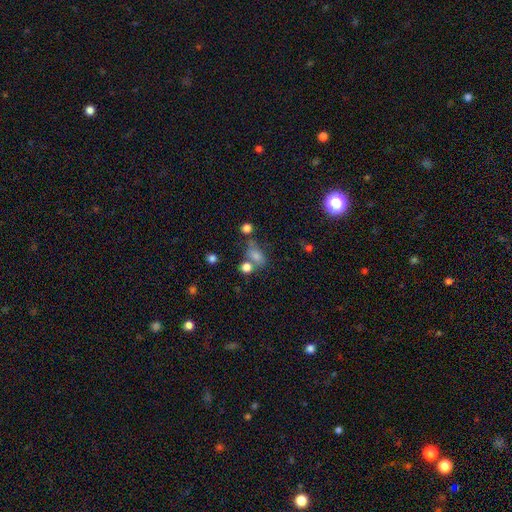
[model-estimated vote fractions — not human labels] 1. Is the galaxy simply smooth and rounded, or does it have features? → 66% smooth, 21% star or artifact, 14% featured or disk.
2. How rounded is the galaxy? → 72% in between, 21% round, 8% cigar-shaped.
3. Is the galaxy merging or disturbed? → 47% none, 24% merger, 18% minor disturbance, 11% major disturbance.